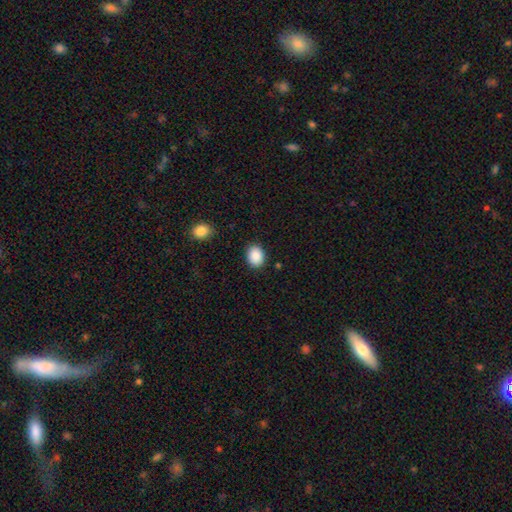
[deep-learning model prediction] Smooth or featured?
  - smooth: 89% *
  - star or artifact: 8%
  - featured or disk: 3%
How rounded?
  - in between: 58% *
  - round: 41%
  - cigar-shaped: 1%
Merging?
  - none: 87% *
  - minor disturbance: 9%
  - major disturbance: 2%
  - merger: 2%